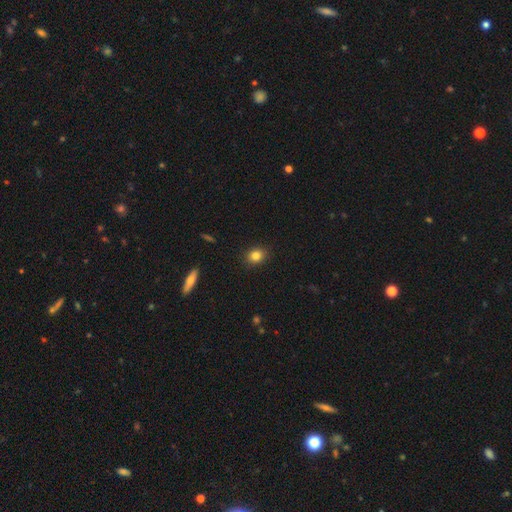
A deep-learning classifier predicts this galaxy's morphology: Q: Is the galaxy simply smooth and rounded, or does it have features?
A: smooth — 83%.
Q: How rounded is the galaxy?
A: round — 53%.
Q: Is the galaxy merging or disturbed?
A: none — 88%.